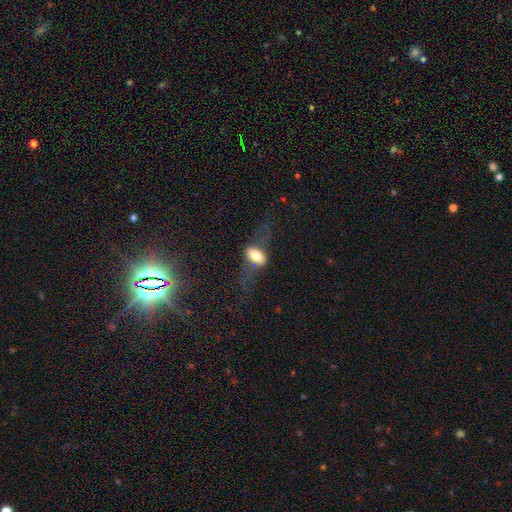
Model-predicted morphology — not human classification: Q: Smooth or featured?
A: smooth (54%); runner-up: featured or disk (37%)
Q: How rounded?
A: in between (82%); runner-up: round (10%)
Q: Merging?
A: none (45%); runner-up: major disturbance (33%)